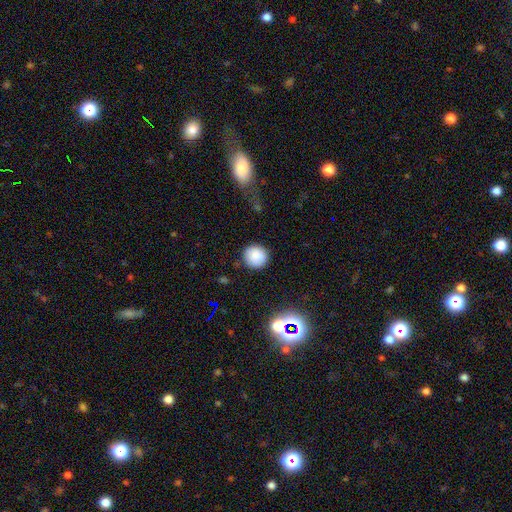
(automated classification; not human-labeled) A smooth galaxy with no disk features (85%) that is round (93%). Merging: none (86%).